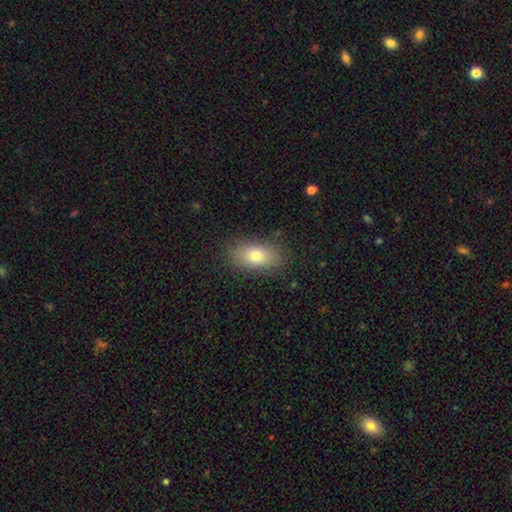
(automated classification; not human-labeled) A smooth galaxy with no disk features (77%) that is in between round and cigar-shaped (87%). Merging: none (85%).